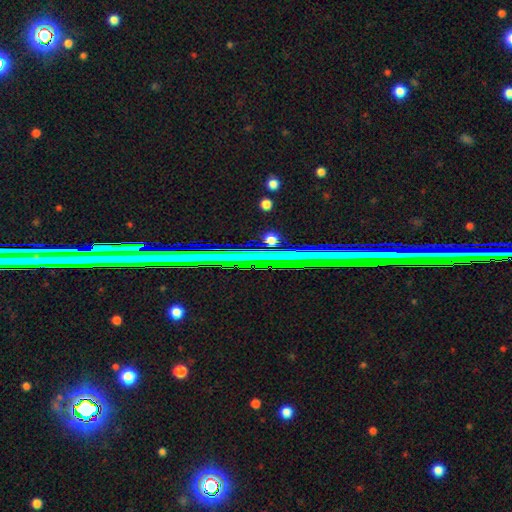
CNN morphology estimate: A star or artifact, not a galaxy (76%).